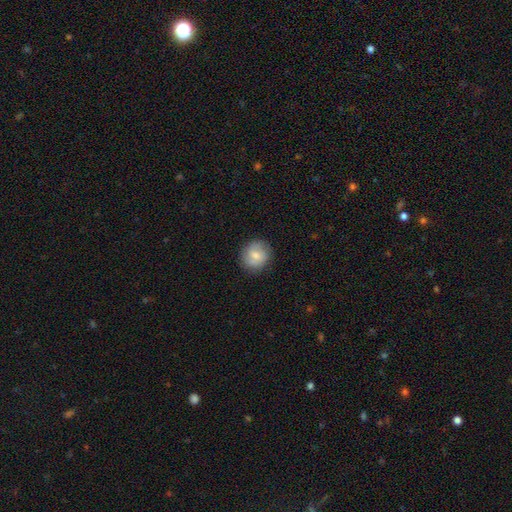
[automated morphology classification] This appears to be a smooth galaxy with no disk features (60%) that is round (84%). Merging: none (84%).